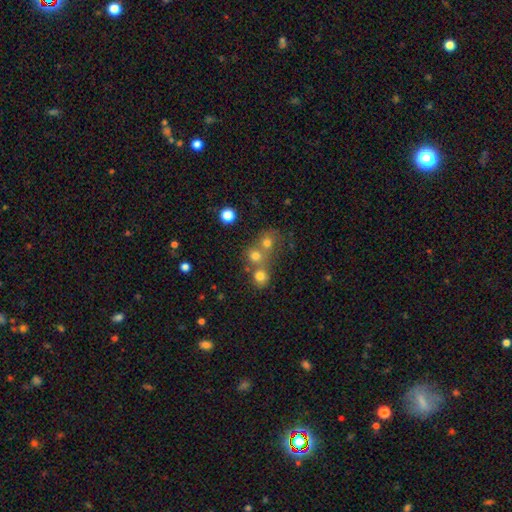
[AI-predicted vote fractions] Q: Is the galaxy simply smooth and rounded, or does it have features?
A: smooth — 72%.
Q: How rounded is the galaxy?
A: round — 87%.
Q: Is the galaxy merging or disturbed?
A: none — 52%.